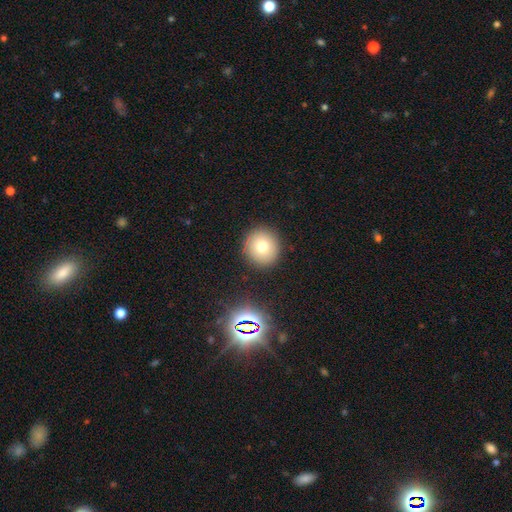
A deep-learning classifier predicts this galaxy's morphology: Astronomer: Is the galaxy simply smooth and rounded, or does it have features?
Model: smooth — 52% (runner-up: star or artifact, 34%).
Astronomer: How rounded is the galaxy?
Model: round — 94%.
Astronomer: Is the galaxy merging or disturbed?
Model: none — 91%.